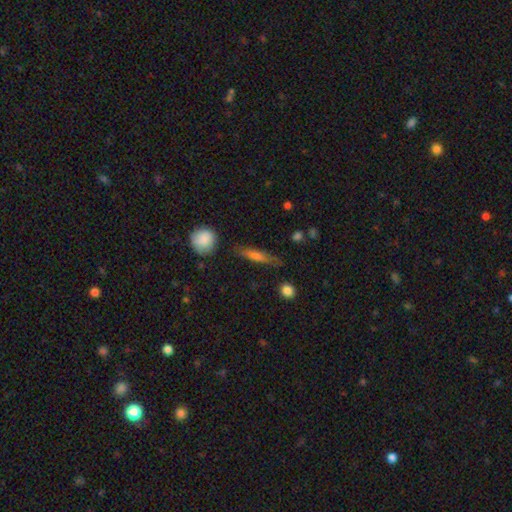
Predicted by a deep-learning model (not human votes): This is likely a smooth galaxy (64%). How rounded: likely cigar-shaped (74%). Merging: likely none (76%).